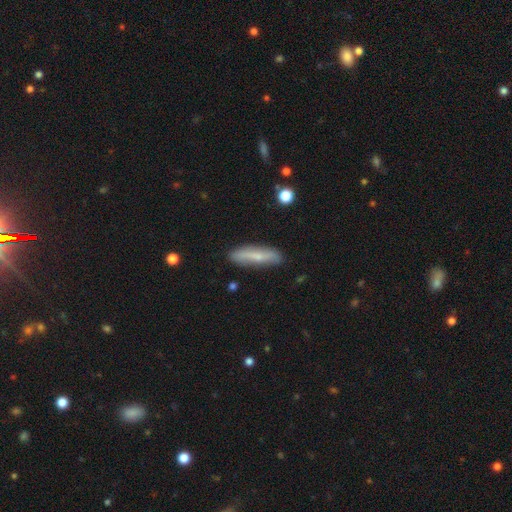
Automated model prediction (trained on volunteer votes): Morphology: type=smooth (60%); roundness=cigar-shaped (77%); merging=none (84%).